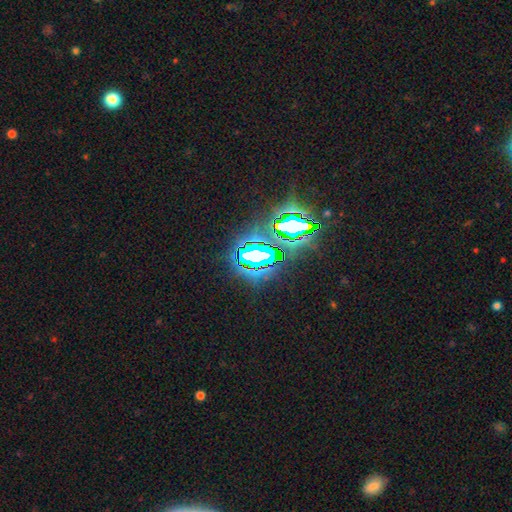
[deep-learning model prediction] star or artifact 76%, smooth 13%, featured or disk 11%.